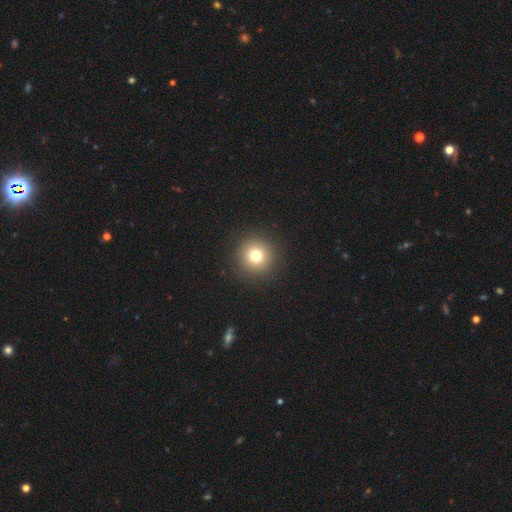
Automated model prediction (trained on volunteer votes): Smooth or featured: smooth — 77% (star or artifact — 14%)
How rounded: round — 95% (in between — 4%)
Merging: none — 92% (minor disturbance — 5%)